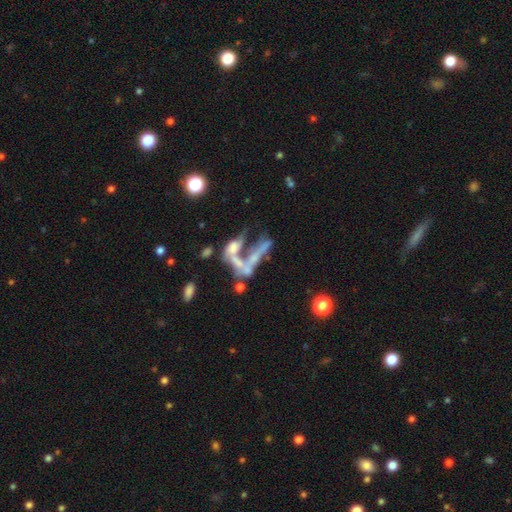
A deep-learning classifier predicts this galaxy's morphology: Smooth or featured?
  - featured or disk: 57% *
  - smooth: 27%
  - star or artifact: 17%
Edge-on disk?
  - no: 85% *
  - yes: 15%
Merging?
  - merger: 57% *
  - major disturbance: 22%
  - none: 14%
  - minor disturbance: 7%